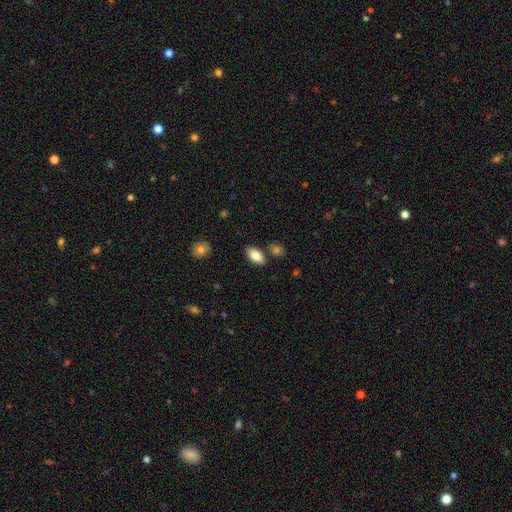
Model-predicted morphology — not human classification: smooth-or-featured: smooth: 82% | featured or disk: 11% | star or artifact: 7%
  how-rounded: in between: 92% | cigar-shaped: 5% | round: 3%
  merging: none: 80% | minor disturbance: 11% | merger: 7% | major disturbance: 2%